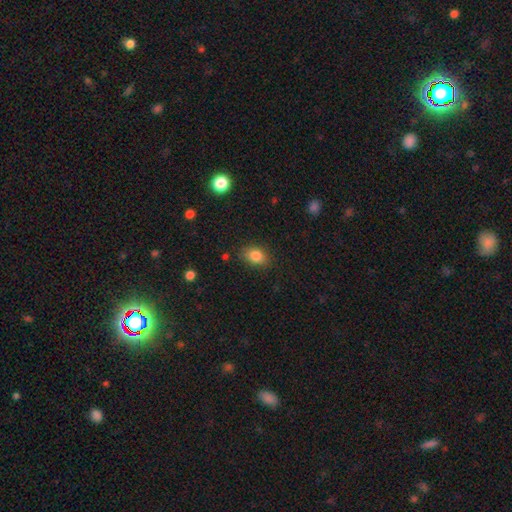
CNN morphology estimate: smooth 84%, star or artifact 10%, featured or disk 6%. Down the decision tree: how rounded — in between (74%); merging — none (82%).